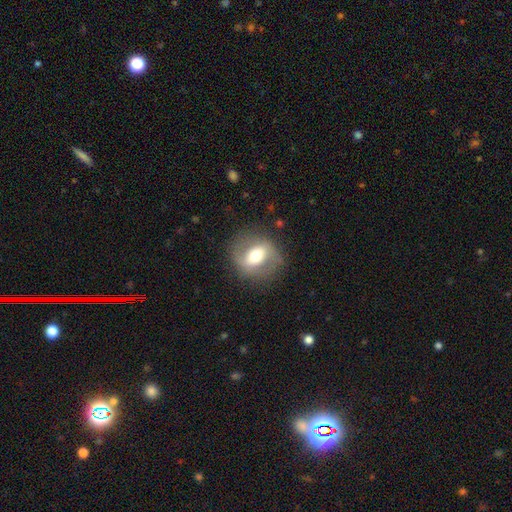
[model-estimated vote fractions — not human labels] A featured or disk galaxy (51%).

Vote fractions:
- Smooth or featured? featured or disk: 51% / smooth: 42% / star or artifact: 8%
- Edge-on disk? no: 90% / yes: 10%
- Merging? none: 79% / minor disturbance: 13% / major disturbance: 7% / merger: 1%